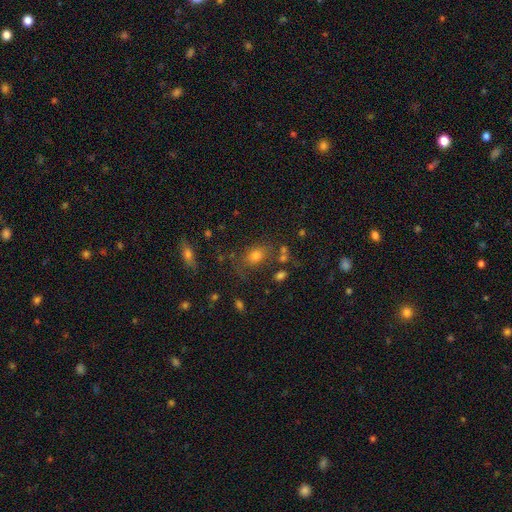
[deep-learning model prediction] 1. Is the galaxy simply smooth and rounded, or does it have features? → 70% smooth, 19% star or artifact, 12% featured or disk.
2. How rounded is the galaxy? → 59% in between, 39% round, 2% cigar-shaped.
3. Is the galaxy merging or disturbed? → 67% none, 16% minor disturbance, 9% merger, 8% major disturbance.